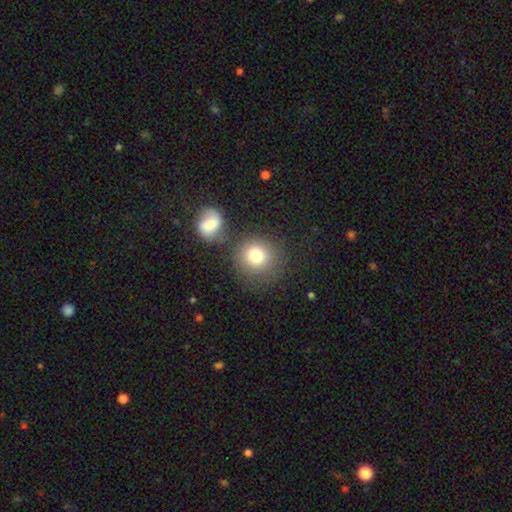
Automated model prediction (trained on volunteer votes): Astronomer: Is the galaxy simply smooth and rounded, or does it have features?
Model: smooth — 80%.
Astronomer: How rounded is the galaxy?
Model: round — 86%.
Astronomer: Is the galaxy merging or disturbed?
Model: none — 67%.